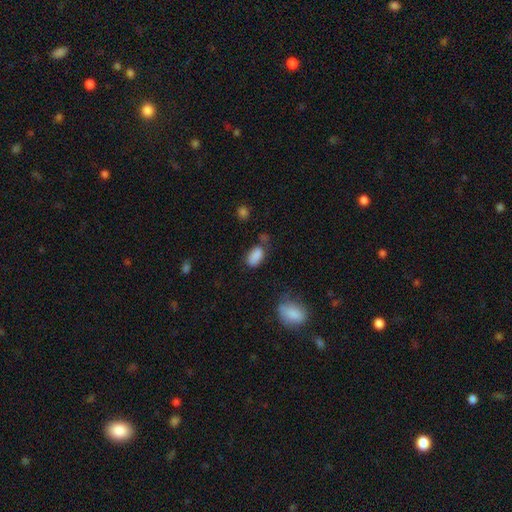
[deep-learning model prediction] A smooth galaxy with no disk features (85%) that is in between round and cigar-shaped (92%).

Vote fractions:
- Smooth or featured? smooth: 85% / star or artifact: 9% / featured or disk: 5%
- How rounded? in between: 92% / round: 5% / cigar-shaped: 2%
- Merging? none: 59% / minor disturbance: 25% / merger: 9% / major disturbance: 8%